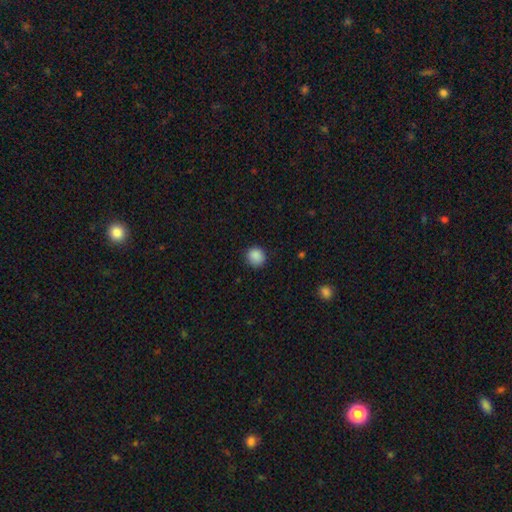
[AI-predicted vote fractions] smooth-or-featured: smooth: 88% | star or artifact: 9% | featured or disk: 3%
  how-rounded: round: 89% | in between: 10% | cigar-shaped: 1%
  merging: none: 87% | minor disturbance: 10% | major disturbance: 2% | merger: 1%